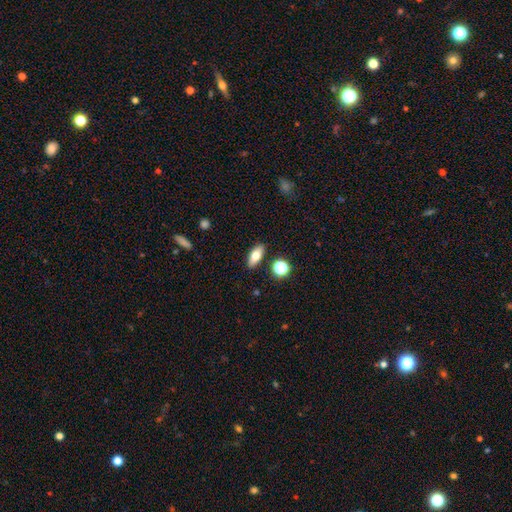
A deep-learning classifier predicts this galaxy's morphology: A smooth galaxy with no disk features (74%) that is in between round and cigar-shaped (78%).

Vote fractions:
- Smooth or featured? smooth: 74% / featured or disk: 18% / star or artifact: 9%
- How rounded? in between: 78% / cigar-shaped: 17% / round: 5%
- Merging? none: 87% / minor disturbance: 8% / merger: 3% / major disturbance: 2%